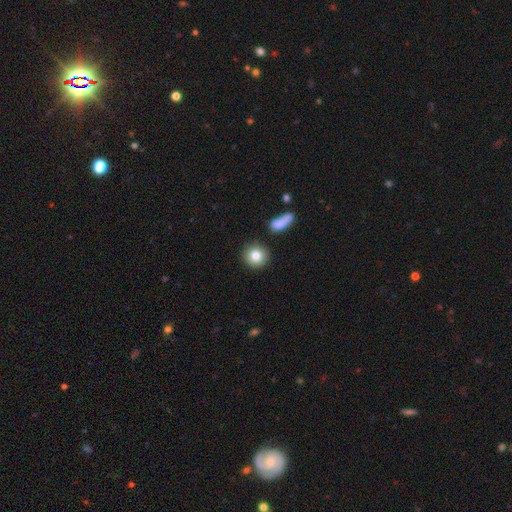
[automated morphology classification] A smooth galaxy with no disk features (82%) that is round (91%). Merging: none (85%).